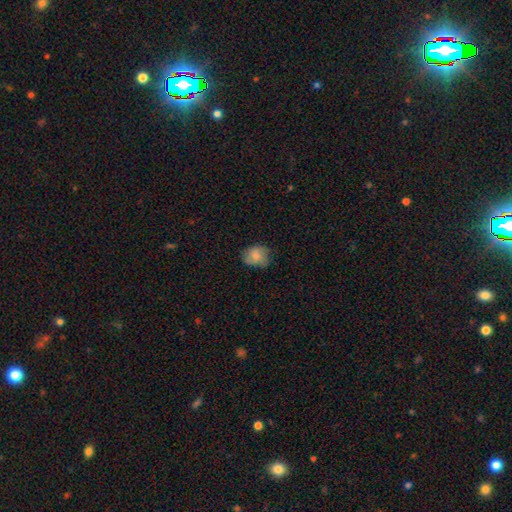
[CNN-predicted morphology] This is likely a smooth galaxy (78%). How rounded: possibly round (53%). Merging: likely none (65%).